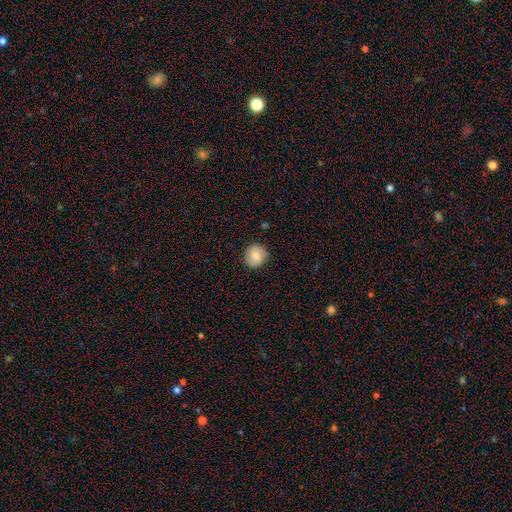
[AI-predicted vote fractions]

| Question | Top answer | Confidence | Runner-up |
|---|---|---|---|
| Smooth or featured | smooth | 75% | featured or disk (17%) |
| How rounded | round | 88% | in between (11%) |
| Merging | none | 86% | minor disturbance (10%) |